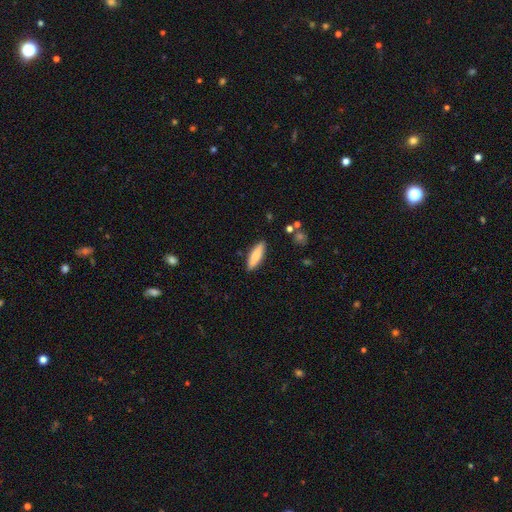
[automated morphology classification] A smooth galaxy with no disk features (79%) that is cigar-shaped (54%). Merging: none (88%).